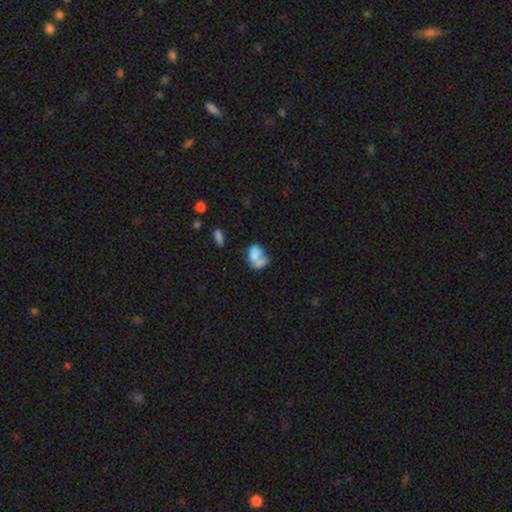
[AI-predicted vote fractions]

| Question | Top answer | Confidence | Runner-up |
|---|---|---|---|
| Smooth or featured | smooth | 71% | featured or disk (20%) |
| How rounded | in between | 71% | round (28%) |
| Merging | merger | 54% | none (23%) |